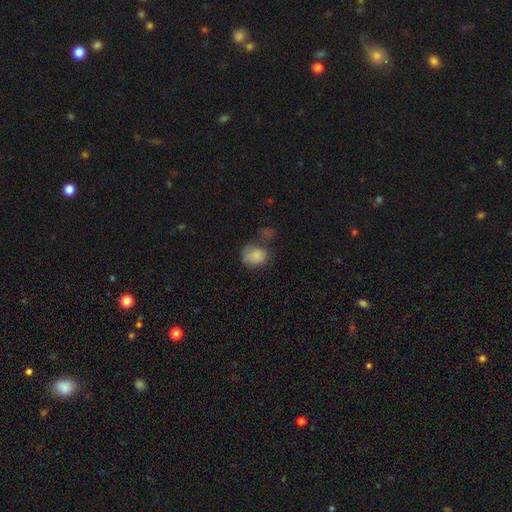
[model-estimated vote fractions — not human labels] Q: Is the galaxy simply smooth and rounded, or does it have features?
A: smooth — 80%.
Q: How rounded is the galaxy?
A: in between — 58%.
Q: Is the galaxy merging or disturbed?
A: none — 36%.